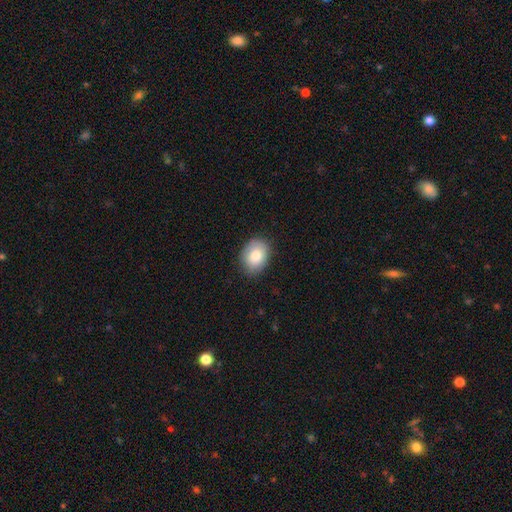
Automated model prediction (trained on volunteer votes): Morphology: type=smooth (82%); roundness=in between (68%); merging=none (83%).